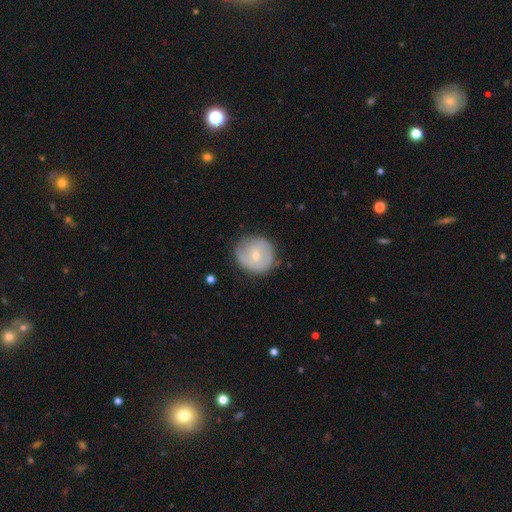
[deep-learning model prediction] smooth-or-featured: smooth: 50% | featured or disk: 43% | star or artifact: 7%
  how-rounded: round: 90% | in between: 9% | cigar-shaped: 1%
  merging: none: 75% | minor disturbance: 18% | major disturbance: 6% | merger: 1%